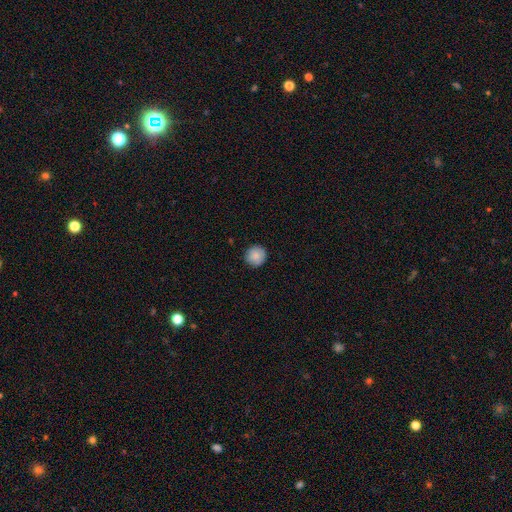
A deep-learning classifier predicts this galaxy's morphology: Smooth or featured? Predicted: smooth (p=0.86). How rounded? Predicted: round (p=0.94). Merging? Predicted: none (p=0.89).